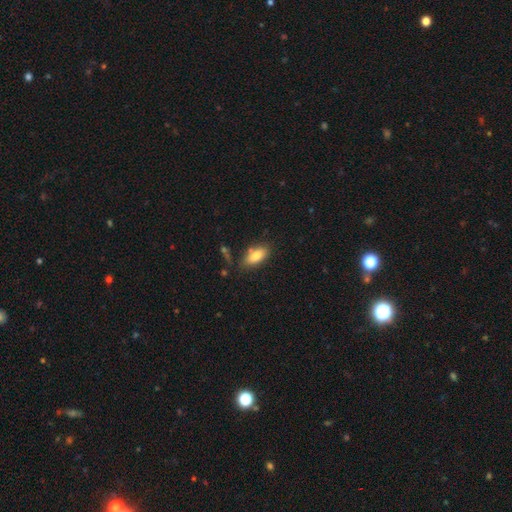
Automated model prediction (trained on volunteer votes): A smooth galaxy with no disk features (83%) that is in between round and cigar-shaped (87%).

Vote fractions:
- Smooth or featured? smooth: 83% / featured or disk: 10% / star or artifact: 7%
- How rounded? in between: 87% / cigar-shaped: 10% / round: 3%
- Merging? none: 74% / minor disturbance: 17% / merger: 5% / major disturbance: 4%